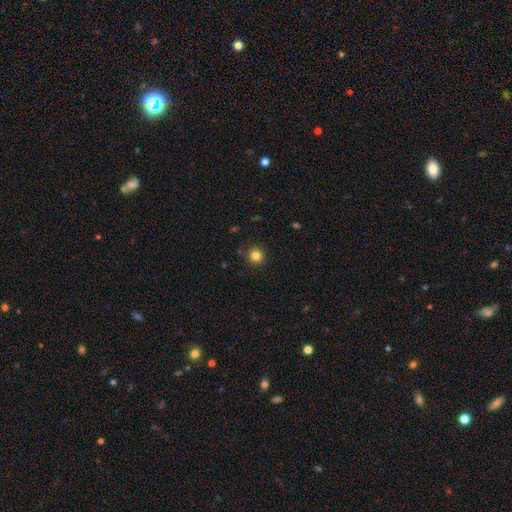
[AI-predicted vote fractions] smooth_or_featured: smooth (p=0.83) [alt: star or artifact p=0.12]
how_rounded: round (p=0.93) [alt: in between p=0.06]
merging: none (p=0.90) [alt: minor disturbance p=0.06]